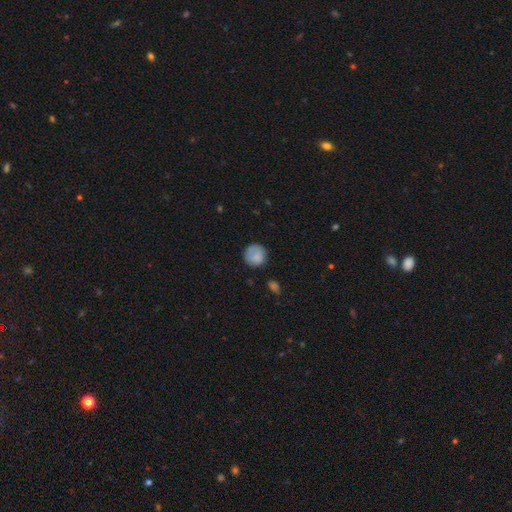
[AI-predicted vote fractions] Q: Smooth or featured?
A: smooth (84%); runner-up: featured or disk (9%)
Q: How rounded?
A: round (92%); runner-up: in between (7%)
Q: Merging?
A: none (77%); runner-up: minor disturbance (16%)